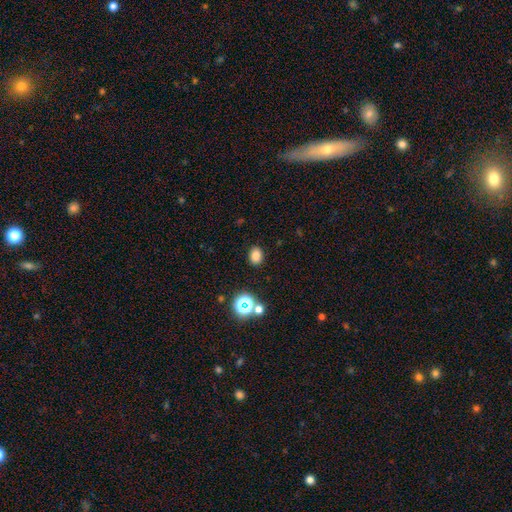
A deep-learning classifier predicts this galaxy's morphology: Smooth or featured: smooth — 80% (star or artifact — 15%)
How rounded: in between — 64% (round — 35%)
Merging: none — 87% (minor disturbance — 8%)